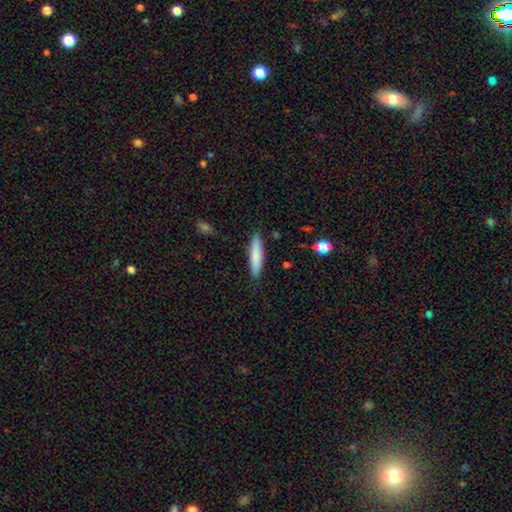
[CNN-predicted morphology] Smooth or featured?
  - smooth: 81% *
  - featured or disk: 13%
  - star or artifact: 6%
How rounded?
  - cigar-shaped: 78% *
  - in between: 20%
  - round: 1%
Merging?
  - none: 87% *
  - minor disturbance: 10%
  - major disturbance: 2%
  - merger: 1%